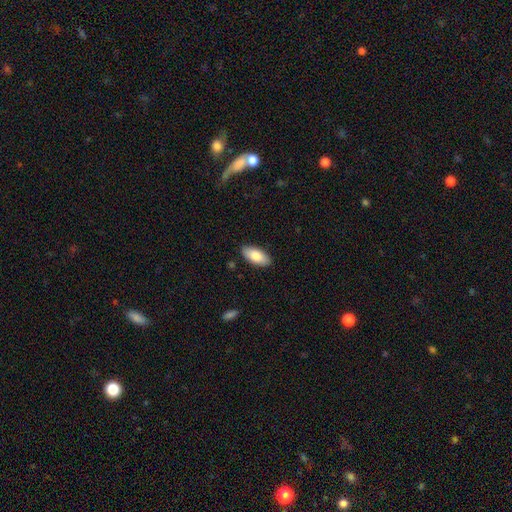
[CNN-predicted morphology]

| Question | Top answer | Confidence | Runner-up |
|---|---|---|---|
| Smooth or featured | smooth | 83% | featured or disk (11%) |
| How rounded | in between | 91% | cigar-shaped (7%) |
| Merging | none | 88% | minor disturbance (9%) |